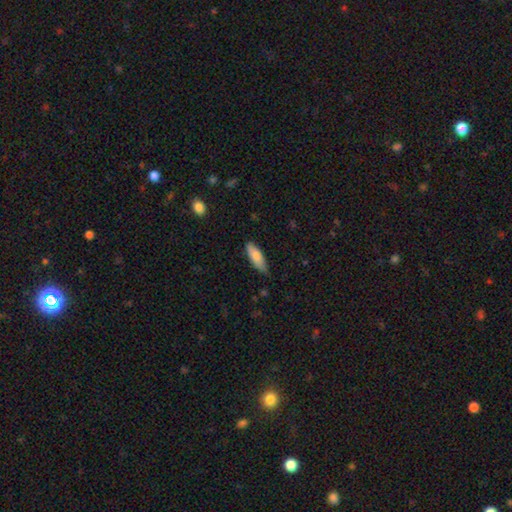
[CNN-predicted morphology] Smooth or featured? smooth (80%)
How rounded? in between (58%)
Merging? none (71%)